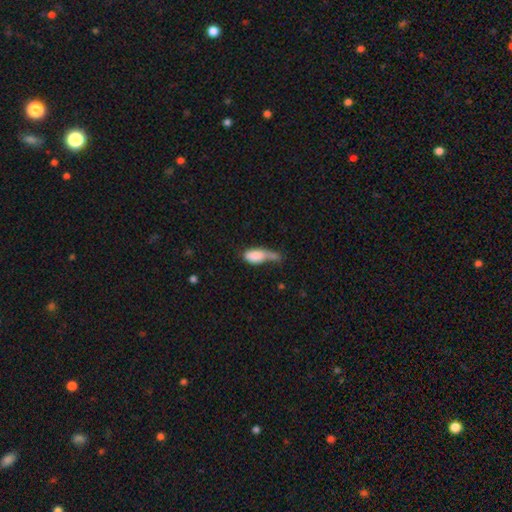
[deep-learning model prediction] smooth_or_featured: smooth (p=0.78) [alt: featured or disk p=0.14]
how_rounded: in between (p=0.84) [alt: cigar-shaped p=0.11]
merging: major disturbance (p=0.27) [tied with: merger p=0.27]